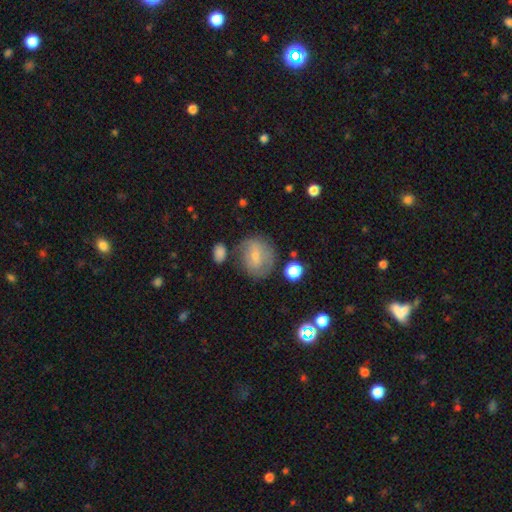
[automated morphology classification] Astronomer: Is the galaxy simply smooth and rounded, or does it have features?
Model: smooth — 57% (runner-up: featured or disk, 34%).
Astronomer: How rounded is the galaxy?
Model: round — 67%.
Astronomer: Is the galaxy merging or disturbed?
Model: none — 63%.